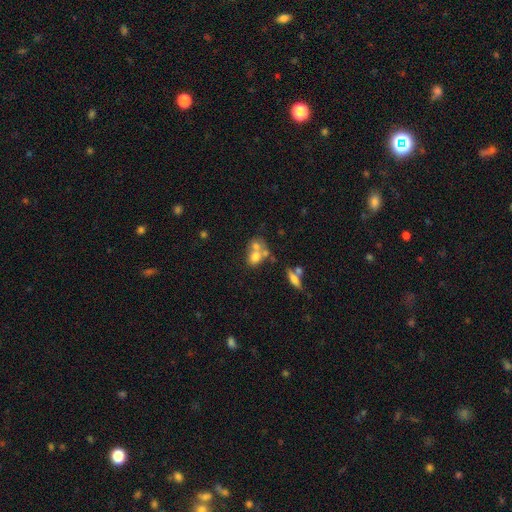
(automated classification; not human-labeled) Smooth or featured? smooth (63%)
How rounded? round (50%)
Merging? merger (60%)